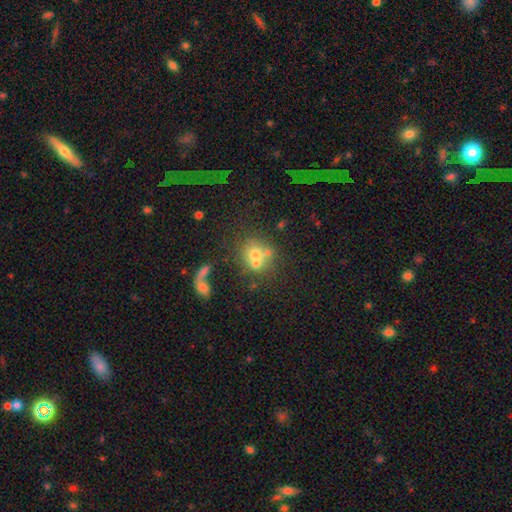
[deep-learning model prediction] Morphology: type=smooth (57%); roundness=round (75%); merging=merger (44%).